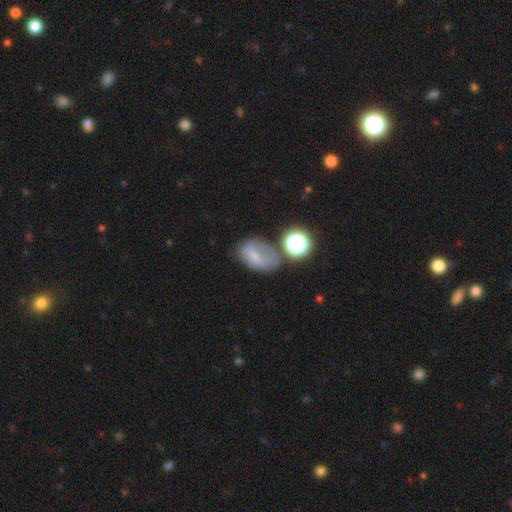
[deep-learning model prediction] Q: Smooth or featured?
A: smooth (55%); runner-up: featured or disk (28%)
Q: How rounded?
A: in between (78%); runner-up: round (20%)
Q: Merging?
A: none (48%); runner-up: minor disturbance (27%)